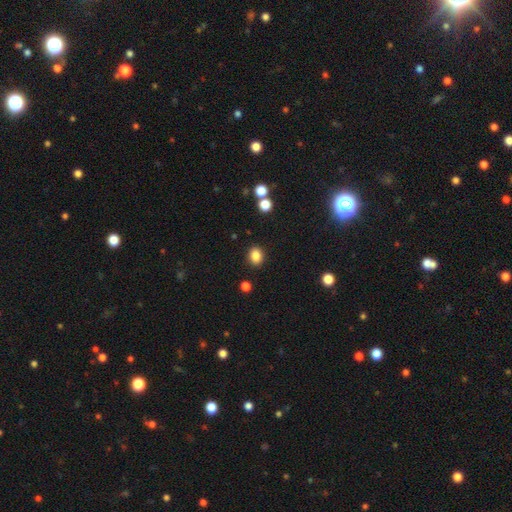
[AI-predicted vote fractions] Q: Smooth or featured?
A: smooth (85%); runner-up: star or artifact (11%)
Q: How rounded?
A: in between (57%); runner-up: round (42%)
Q: Merging?
A: none (89%); runner-up: minor disturbance (7%)